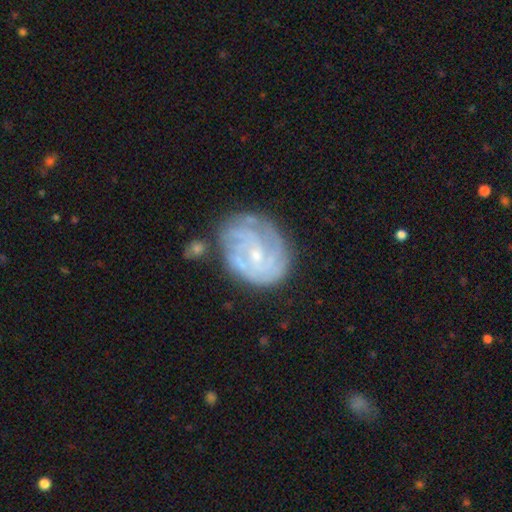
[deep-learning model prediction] A featured or disk galaxy (81%) with no bar (60%), tight (69%) spiral arms (93%) and a small central bulge (71%). Merging: none (65%).